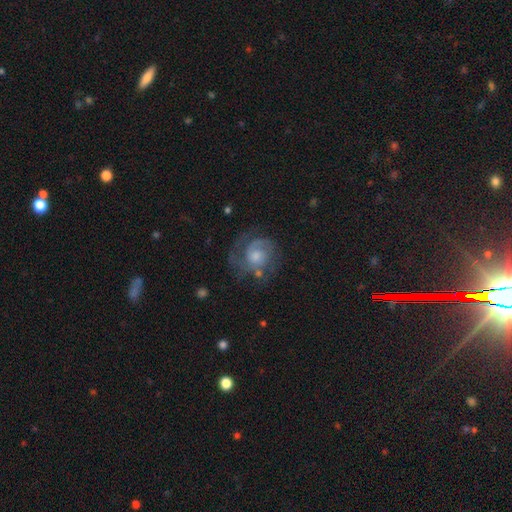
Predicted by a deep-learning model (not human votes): Smooth or featured?
  - featured or disk: 75% *
  - smooth: 16%
  - star or artifact: 8%
Edge-on disk?
  - no: 98% *
  - yes: 2%
Bar?
  - no: 70% *
  - weak: 26%
  - strong: 4%
Spiral arms?
  - yes: 92% *
  - no: 8%
Spiral winding?
  - tight: 51% *
  - medium: 37%
  - loose: 12%
Spiral arm count?
  - 2: 48% *
  - 1: 23%
  - can't tell: 17%
  - 3: 8%
  - 4: 2%
  - more than 4: 2%
Bulge size?
  - moderate: 47% *
  - small: 32%
  - large: 12%
  - none: 8%
  - dominant: 2%
Merging?
  - none: 66% *
  - minor disturbance: 17%
  - major disturbance: 14%
  - merger: 3%